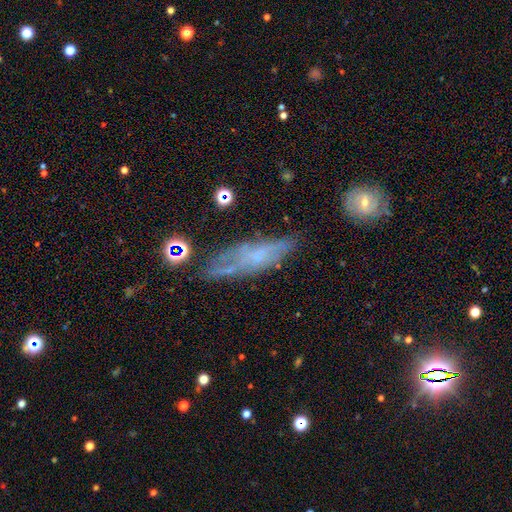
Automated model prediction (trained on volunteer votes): This is possibly a featured or disk galaxy (54%). It is possibly not viewed edge-on (54%). Merging: possibly none (60%).